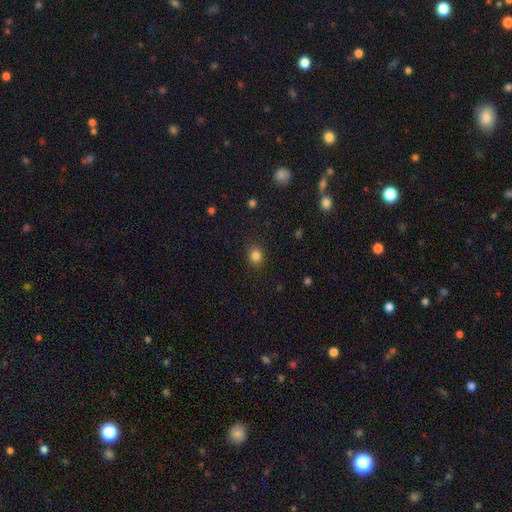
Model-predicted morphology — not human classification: Smooth or featured? smooth (83%)
How rounded? round (69%)
Merging? none (85%)